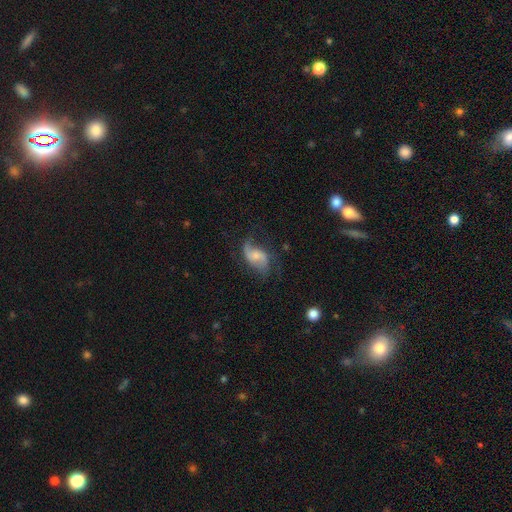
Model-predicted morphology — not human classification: The model was most divided on "bulge size": small: 47%, moderate: 39%, none: 9%, large: 5%, dominant: 1%. More confident: edge-on disk — no (96%); spiral arms — yes (90%); spiral arm count — 2 (77%); smooth or featured — featured or disk (68%); spiral winding — loose (64%); bar — no (51%); merging — none (51%).